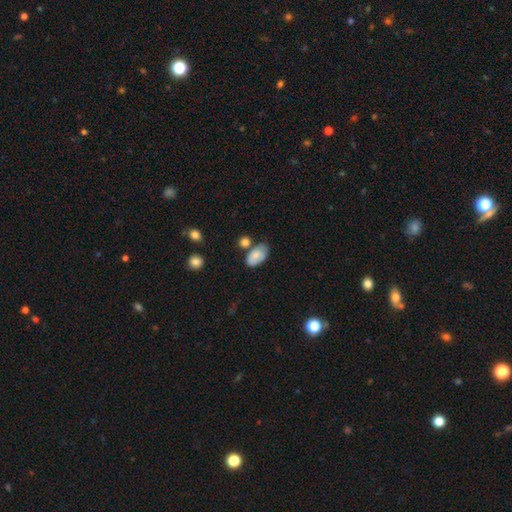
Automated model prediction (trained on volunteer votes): Smooth or featured? smooth (78%)
How rounded? in between (93%)
Merging? none (54%)